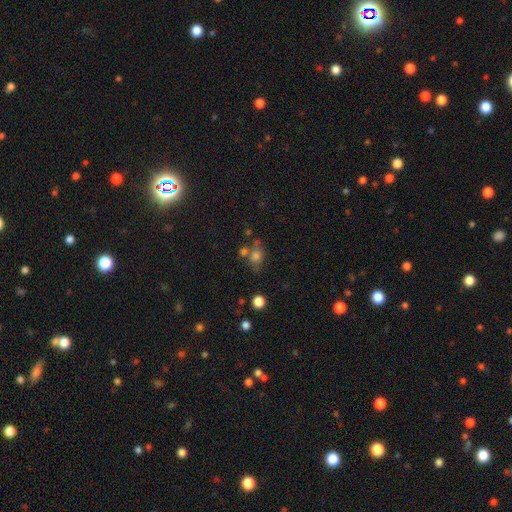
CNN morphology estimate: Smooth or featured? smooth (69%)
How rounded? round (60%)
Merging? none (52%)